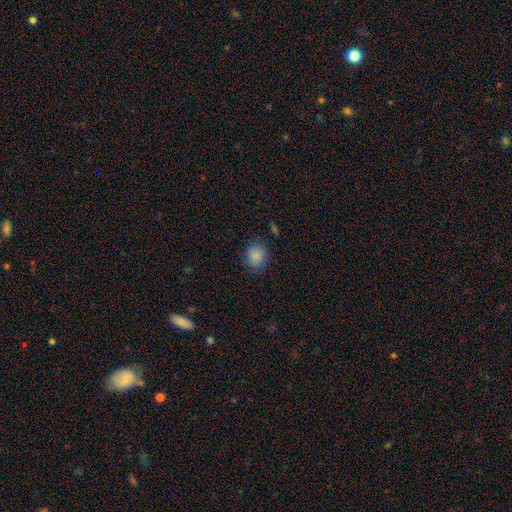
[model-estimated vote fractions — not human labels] smooth-or-featured: smooth: 86% | star or artifact: 10% | featured or disk: 4%
  how-rounded: round: 73% | in between: 26% | cigar-shaped: 1%
  merging: none: 83% | minor disturbance: 12% | major disturbance: 4% | merger: 1%